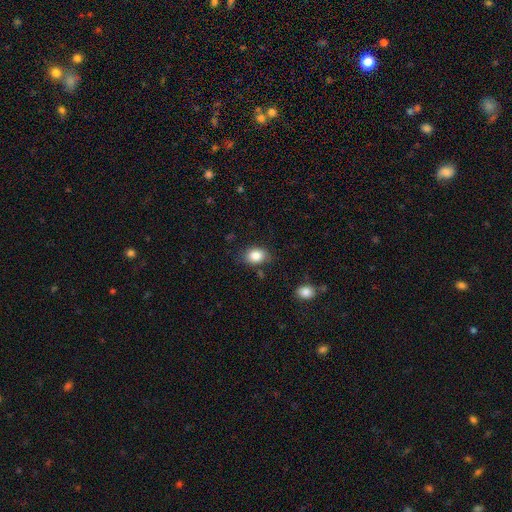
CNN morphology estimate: Smooth or featured: smooth — 85% (star or artifact — 9%)
How rounded: in between — 69% (round — 30%)
Merging: none — 78% (minor disturbance — 16%)